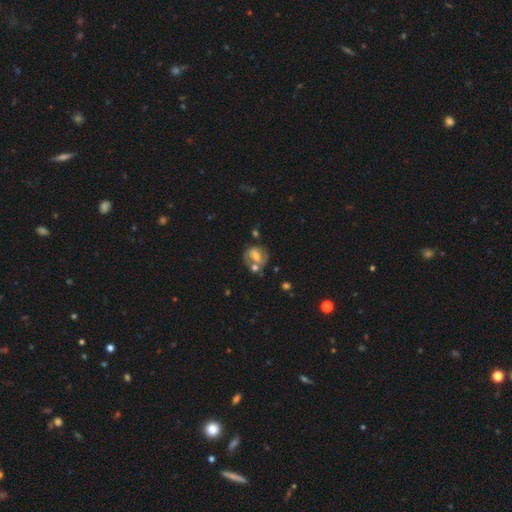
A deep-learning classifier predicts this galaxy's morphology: This appears to be a featured or disk galaxy (54%) with a weak bar (40%), spiral arms (60%) and a moderate central bulge (49%). Merging: none (46%).